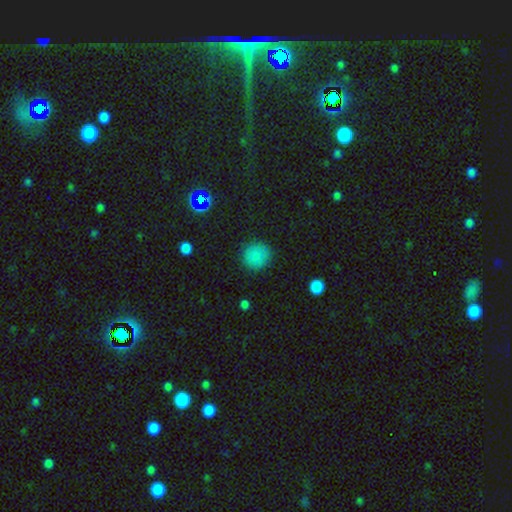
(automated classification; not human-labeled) This appears to be a smooth galaxy with no disk features (84%) that is round (92%). Merging: none (88%).